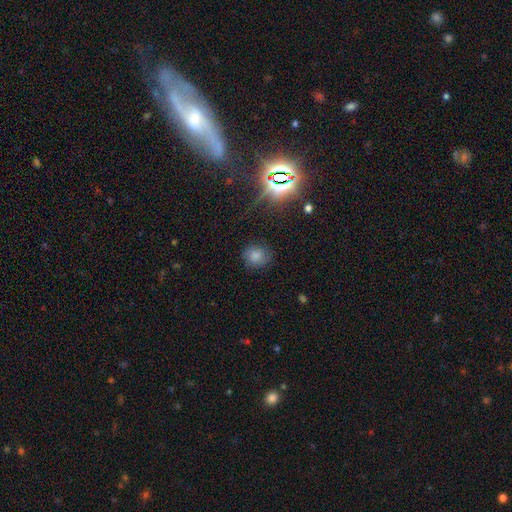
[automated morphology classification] type=smooth (71%); roundness=round (78%); merging=none (79%).